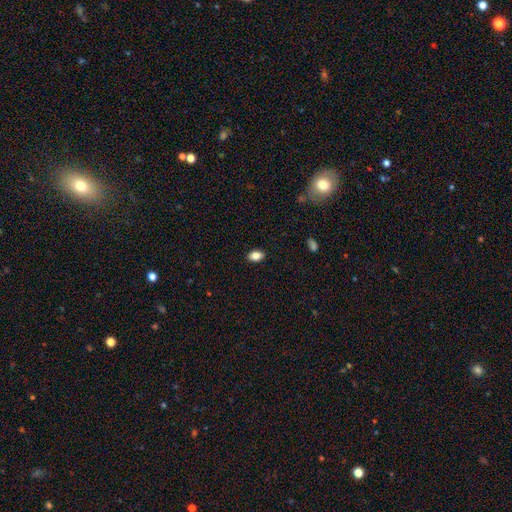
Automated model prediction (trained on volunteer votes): smooth_or_featured: smooth (p=0.85) [alt: star or artifact p=0.09]
how_rounded: in between (p=0.84) [alt: round p=0.14]
merging: none (p=0.88) [alt: minor disturbance p=0.09]